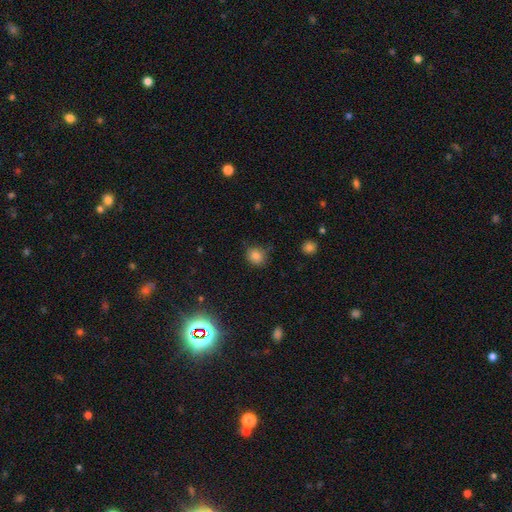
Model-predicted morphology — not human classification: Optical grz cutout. It shows a smooth galaxy with no disk features (82%) that is round (83%). Merging: none (77%).